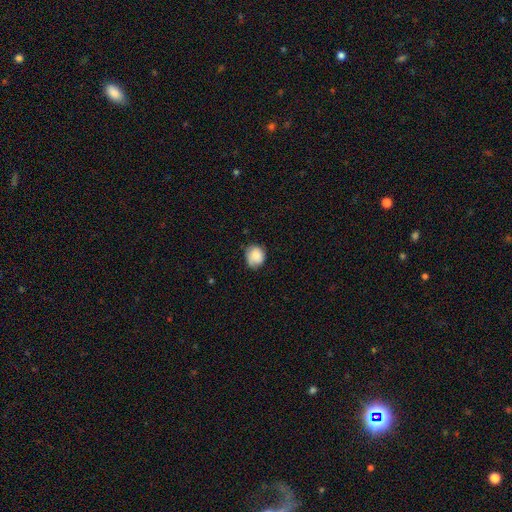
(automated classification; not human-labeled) Smooth or featured: smooth — 80% (featured or disk — 12%)
How rounded: round — 70% (in between — 29%)
Merging: none — 61% (minor disturbance — 31%)